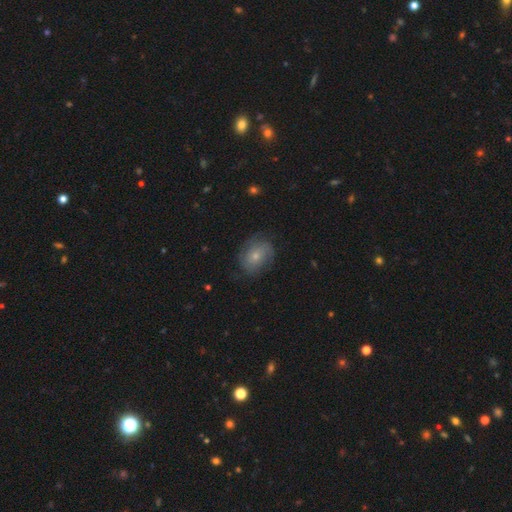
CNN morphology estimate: Smooth or featured?
  - featured or disk: 51% *
  - smooth: 41%
  - star or artifact: 8%
Edge-on disk?
  - no: 96% *
  - yes: 4%
Merging?
  - none: 68% *
  - minor disturbance: 22%
  - major disturbance: 10%
  - merger: 1%